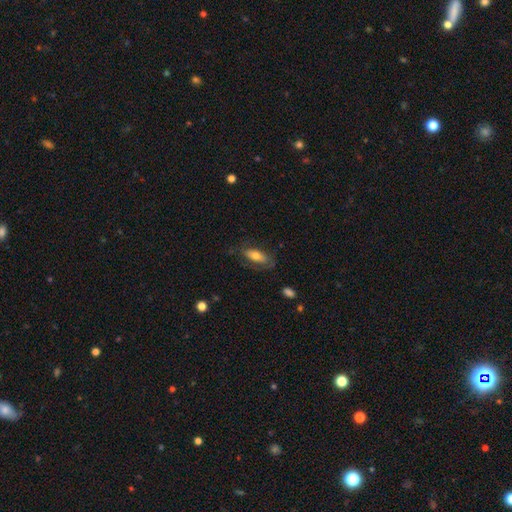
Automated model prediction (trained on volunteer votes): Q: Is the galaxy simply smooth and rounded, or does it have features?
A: smooth — 61%.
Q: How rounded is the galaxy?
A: in between — 79%.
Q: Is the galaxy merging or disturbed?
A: none — 65%.